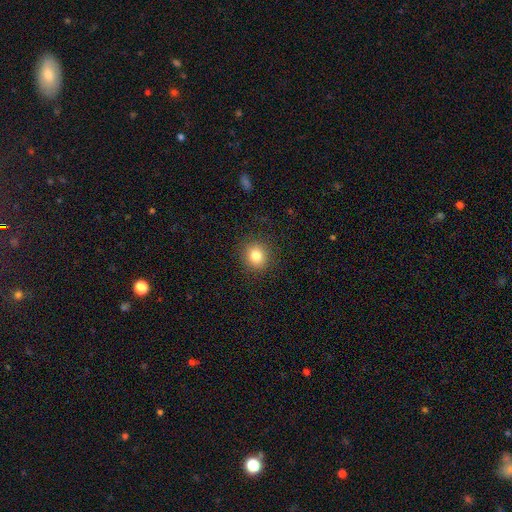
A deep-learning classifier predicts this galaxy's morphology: Overall: smooth (81%). How rounded: round (86%). Merging: none (90%).